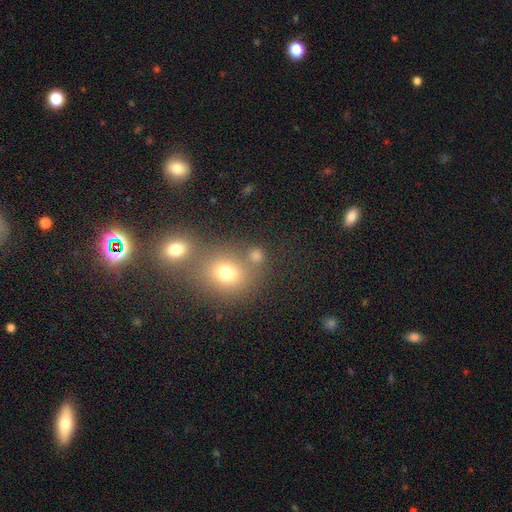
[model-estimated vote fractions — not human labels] smooth-or-featured: smooth: 71% | star or artifact: 19% | featured or disk: 9%
  how-rounded: round: 75% | in between: 24% | cigar-shaped: 2%
  merging: none: 59% | merger: 27% | minor disturbance: 9% | major disturbance: 5%